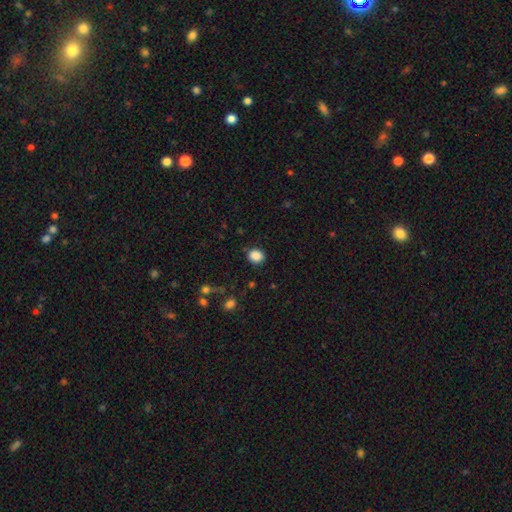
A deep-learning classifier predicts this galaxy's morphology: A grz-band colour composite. It shows a smooth galaxy with no disk features (87%) that is round (74%). Merging: none (84%).